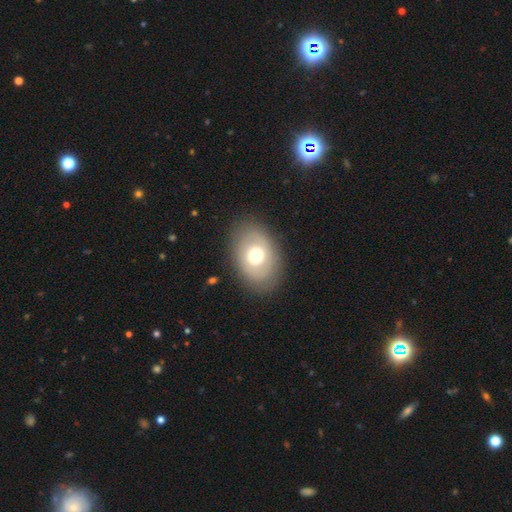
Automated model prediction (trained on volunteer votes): A smooth galaxy with no disk features (59%) that is in between round and cigar-shaped (79%). Merging: none (84%).